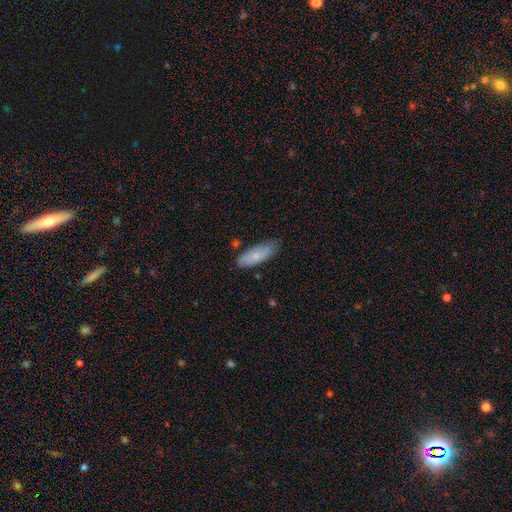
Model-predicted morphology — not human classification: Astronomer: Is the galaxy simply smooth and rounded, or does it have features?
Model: smooth — 77%.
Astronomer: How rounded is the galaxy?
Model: in between — 64%.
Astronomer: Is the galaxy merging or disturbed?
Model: none — 69%.